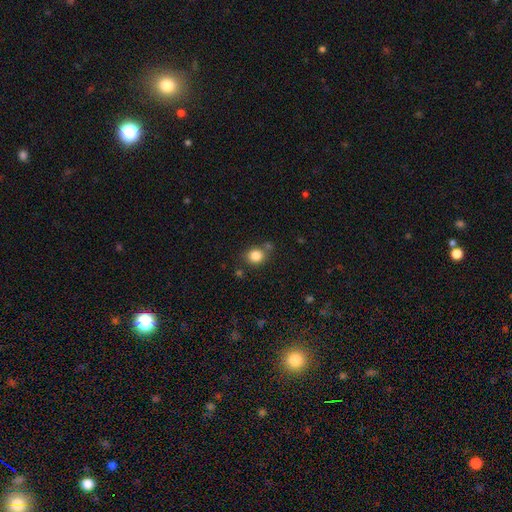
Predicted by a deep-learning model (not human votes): smooth-or-featured: smooth: 83% | star or artifact: 11% | featured or disk: 6%
  how-rounded: round: 79% | in between: 20% | cigar-shaped: 1%
  merging: none: 70% | minor disturbance: 14% | merger: 12% | major disturbance: 4%